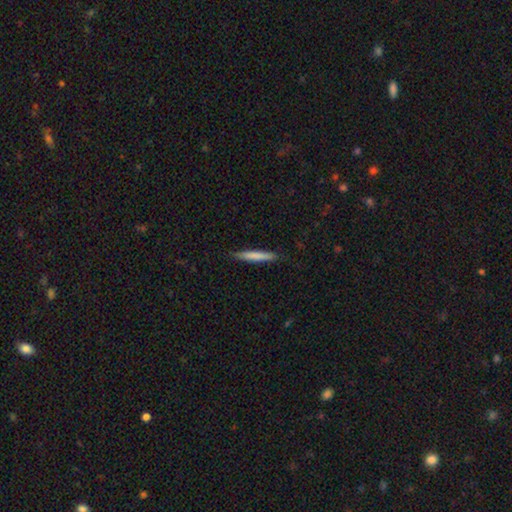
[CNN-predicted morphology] smooth_or_featured: smooth (p=0.74) [alt: featured or disk p=0.21]
how_rounded: cigar-shaped (p=0.95) [alt: in between p=0.04]
merging: none (p=0.87) [alt: minor disturbance p=0.10]